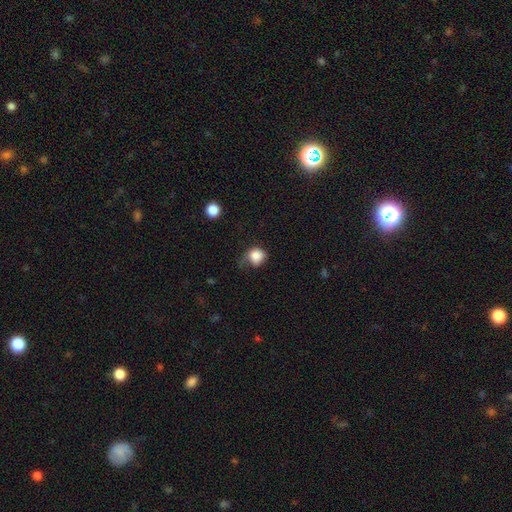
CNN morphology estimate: Smooth or featured? smooth (83%)
How rounded? round (72%)
Merging? minor disturbance (36%, tied with none)